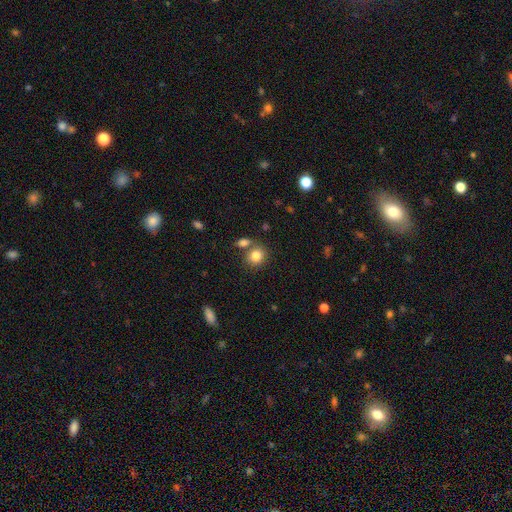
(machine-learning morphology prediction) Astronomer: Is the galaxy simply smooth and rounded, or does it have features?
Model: smooth — 82%.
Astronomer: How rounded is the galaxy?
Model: round — 71%.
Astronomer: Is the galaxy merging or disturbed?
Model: none — 62%.